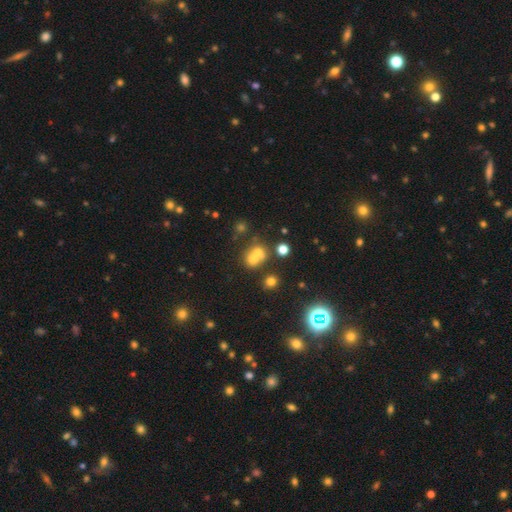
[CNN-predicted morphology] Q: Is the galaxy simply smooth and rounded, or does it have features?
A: smooth — 62%.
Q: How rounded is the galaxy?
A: round — 71%.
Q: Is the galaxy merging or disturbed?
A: merger — 57%.